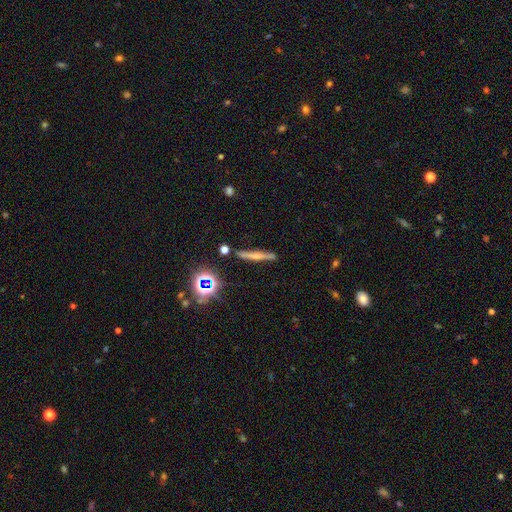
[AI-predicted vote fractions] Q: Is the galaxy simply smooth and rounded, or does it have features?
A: smooth — 43%.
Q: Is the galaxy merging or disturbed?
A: none — 84%.